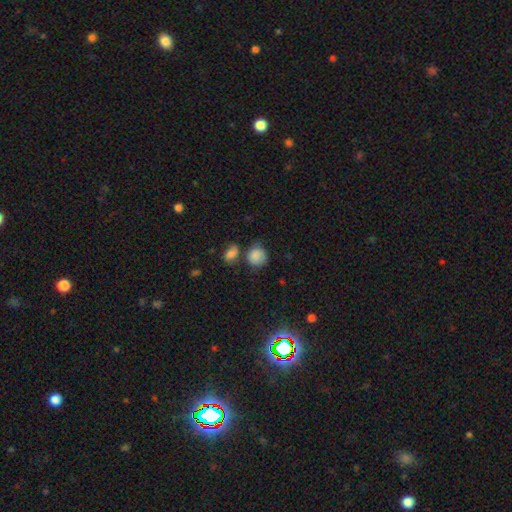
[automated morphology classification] Smooth or featured? Predicted: smooth (p=0.83). How rounded? Predicted: round (p=0.75). Merging? Predicted: none (p=0.55).